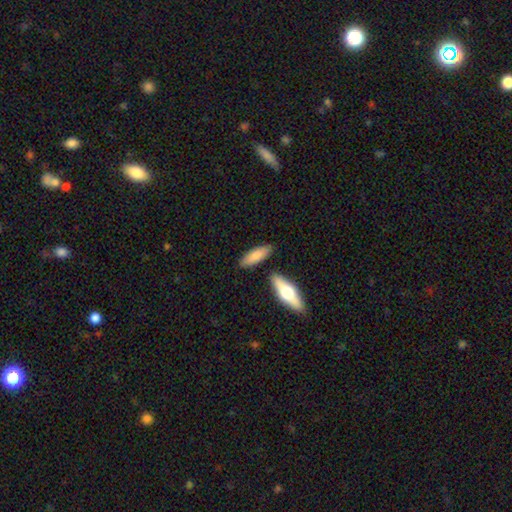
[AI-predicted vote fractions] smooth-or-featured: smooth: 80% | featured or disk: 15% | star or artifact: 5%
  how-rounded: in between: 61% | cigar-shaped: 37% | round: 2%
  merging: none: 79% | minor disturbance: 12% | merger: 6% | major disturbance: 3%